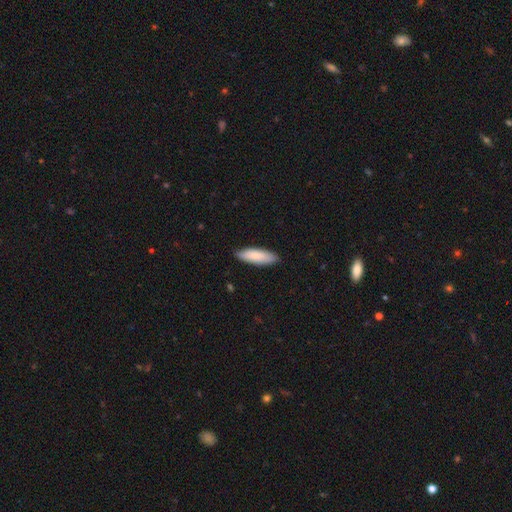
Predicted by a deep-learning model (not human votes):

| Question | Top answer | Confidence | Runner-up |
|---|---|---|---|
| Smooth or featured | smooth | 83% | featured or disk (12%) |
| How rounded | in between | 54% | cigar-shaped (44%) |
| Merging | none | 85% | minor disturbance (12%) |